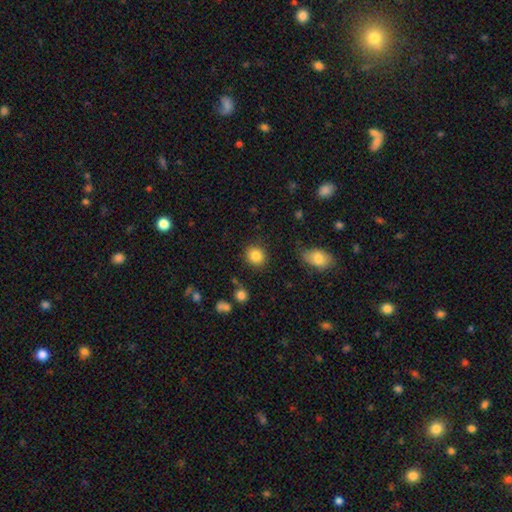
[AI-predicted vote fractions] smooth-or-featured: smooth: 85% | star or artifact: 10% | featured or disk: 6%
  how-rounded: round: 84% | in between: 15% | cigar-shaped: 1%
  merging: none: 87% | minor disturbance: 8% | major disturbance: 3% | merger: 2%